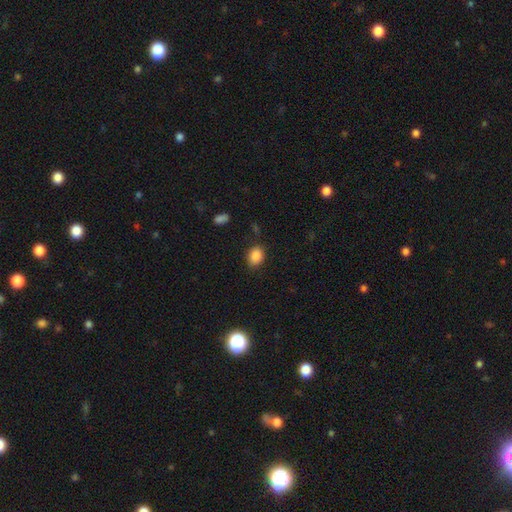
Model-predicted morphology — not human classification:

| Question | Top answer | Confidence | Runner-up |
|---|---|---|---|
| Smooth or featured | smooth | 87% | star or artifact (9%) |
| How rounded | in between | 61% | round (38%) |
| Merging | none | 83% | minor disturbance (12%) |